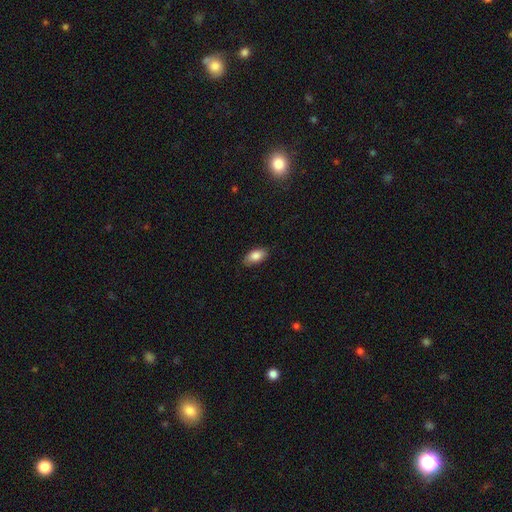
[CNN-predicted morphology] type=smooth (85%); roundness=in between (92%); merging=none (83%).